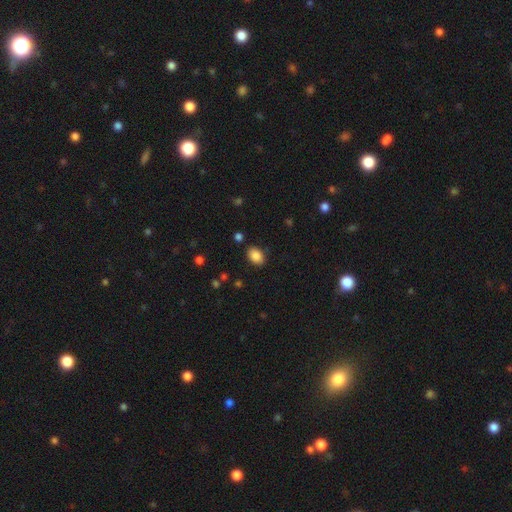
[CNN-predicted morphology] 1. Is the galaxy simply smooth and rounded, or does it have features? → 87% smooth, 8% star or artifact, 5% featured or disk.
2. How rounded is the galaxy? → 81% in between, 18% round, 1% cigar-shaped.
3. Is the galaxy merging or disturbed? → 85% none, 10% minor disturbance, 3% major disturbance, 2% merger.